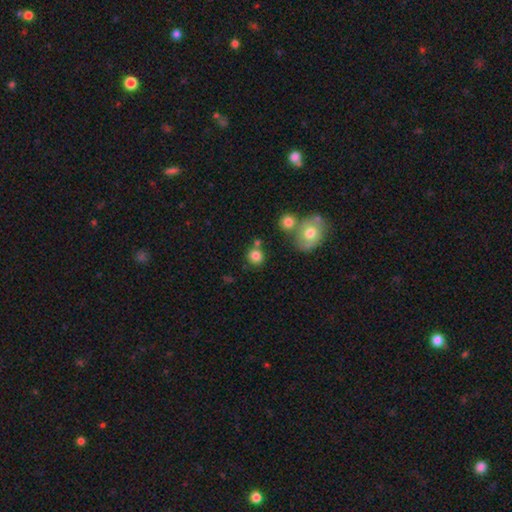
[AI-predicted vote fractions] smooth 81%, star or artifact 11%, featured or disk 8%. Down the decision tree: how rounded — round (87%); merging — none (71%).